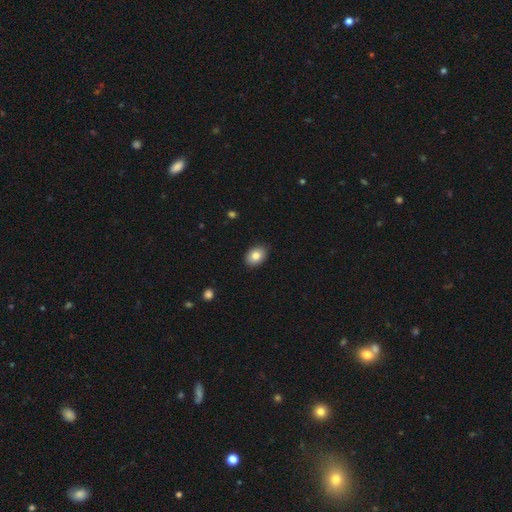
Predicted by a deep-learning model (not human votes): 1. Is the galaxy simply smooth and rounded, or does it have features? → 84% smooth, 8% featured or disk, 8% star or artifact.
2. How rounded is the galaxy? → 78% in between, 21% round, 1% cigar-shaped.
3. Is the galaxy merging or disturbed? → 88% none, 10% minor disturbance, 2% major disturbance, 1% merger.